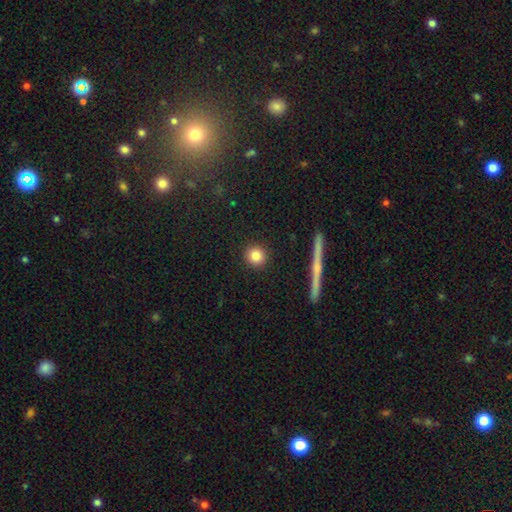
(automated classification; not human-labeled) smooth 83%, star or artifact 10%, featured or disk 7%. Down the decision tree: how rounded — round (93%); merging — none (92%).